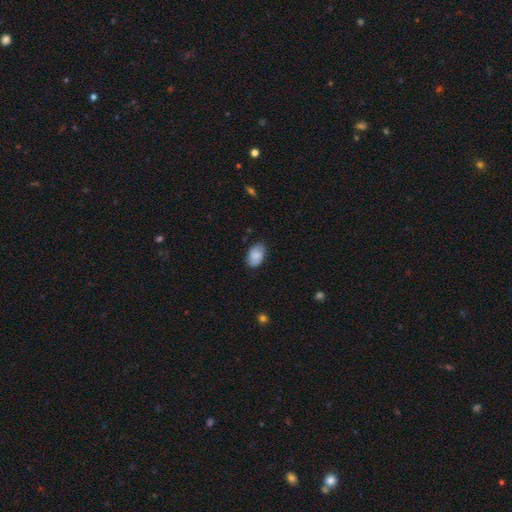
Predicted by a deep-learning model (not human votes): Smooth or featured?
  - smooth: 80% *
  - featured or disk: 13%
  - star or artifact: 7%
How rounded?
  - in between: 89% *
  - round: 10%
  - cigar-shaped: 1%
Merging?
  - none: 80% *
  - minor disturbance: 16%
  - major disturbance: 3%
  - merger: 1%